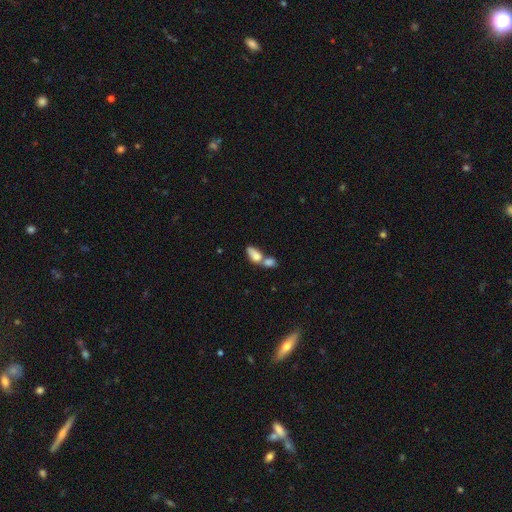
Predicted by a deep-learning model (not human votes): smooth 78%, featured or disk 14%, star or artifact 8%. Down the decision tree: how rounded — in between (84%); merging — merger (67%).